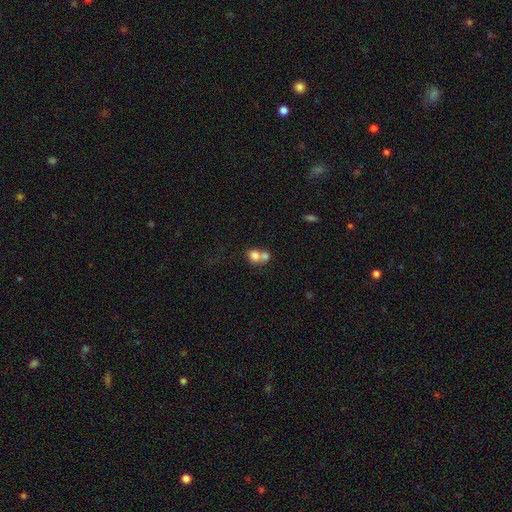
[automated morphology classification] Overall: smooth (76%). How rounded: round (67%; in between 32%). Merging: merger (65%; none 26%).